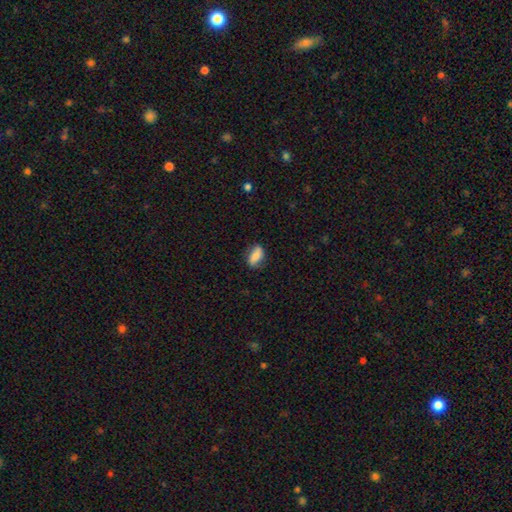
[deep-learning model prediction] Morphology: type=smooth (75%); roundness=in between (84%); merging=none (76%).